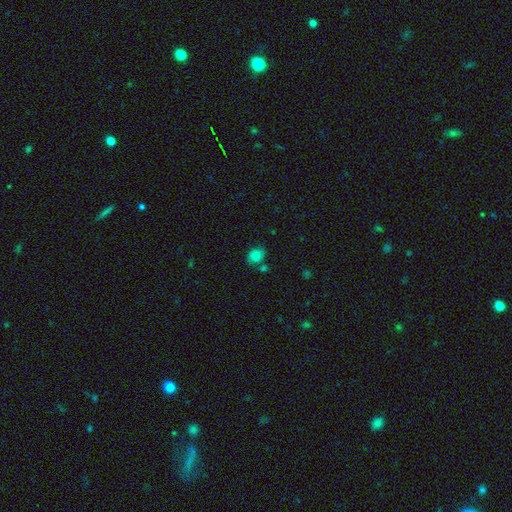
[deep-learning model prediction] Overall: smooth (82%). How rounded: in between (51%; round 48%). Merging: none (62%).